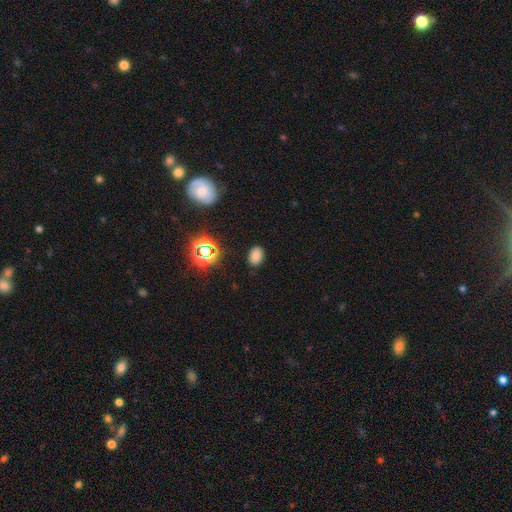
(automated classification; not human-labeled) Smooth or featured? Predicted: smooth (p=0.75). How rounded? Predicted: in between (p=0.76). Merging? Predicted: none (p=0.86).